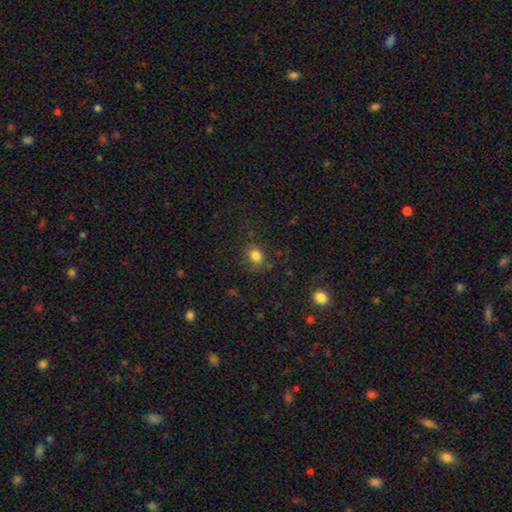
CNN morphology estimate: Smooth or featured?
  - smooth: 81% *
  - star or artifact: 14%
  - featured or disk: 6%
How rounded?
  - round: 66% *
  - in between: 33%
  - cigar-shaped: 1%
Merging?
  - none: 79% *
  - minor disturbance: 14%
  - major disturbance: 5%
  - merger: 2%